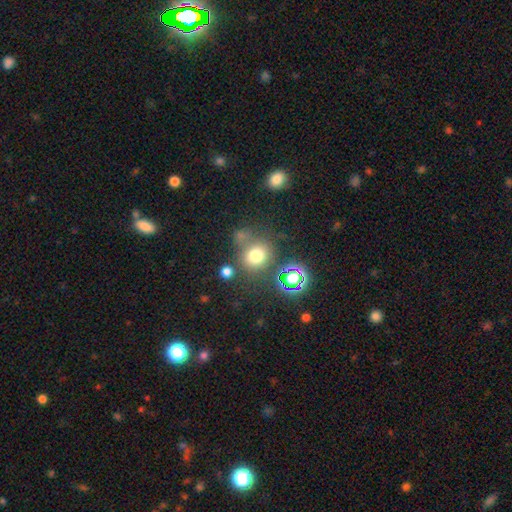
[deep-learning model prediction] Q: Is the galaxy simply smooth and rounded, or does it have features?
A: smooth — 70%.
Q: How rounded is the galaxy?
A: round — 78%.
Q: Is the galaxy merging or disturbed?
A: none — 64%.